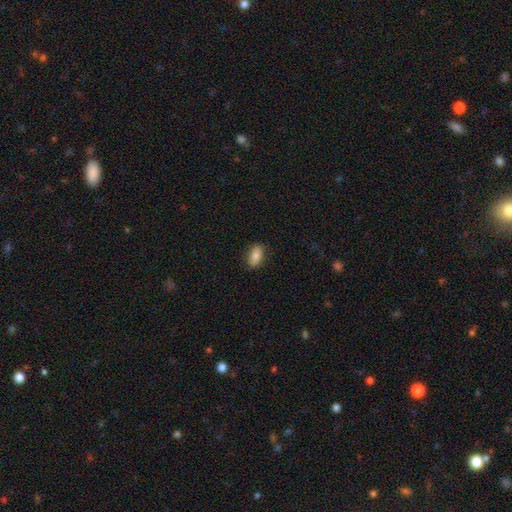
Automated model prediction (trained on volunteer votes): A smooth galaxy with no disk features (83%) that is in between round and cigar-shaped (89%).

Vote fractions:
- Smooth or featured? smooth: 83% / featured or disk: 10% / star or artifact: 8%
- How rounded? in between: 89% / cigar-shaped: 6% / round: 5%
- Merging? none: 84% / minor disturbance: 12% / major disturbance: 2% / merger: 1%